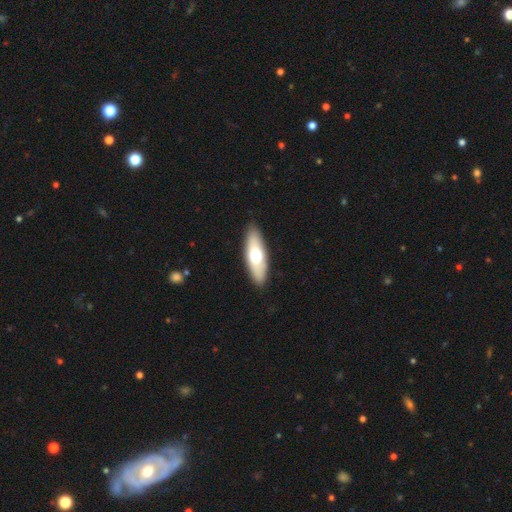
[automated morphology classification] A smooth galaxy with no disk features (61%) that is in between round and cigar-shaped (60%).

Vote fractions:
- Smooth or featured? smooth: 61% / featured or disk: 34% / star or artifact: 6%
- How rounded? in between: 60% / cigar-shaped: 38% / round: 2%
- Merging? none: 89% / minor disturbance: 8% / major disturbance: 2% / merger: 1%